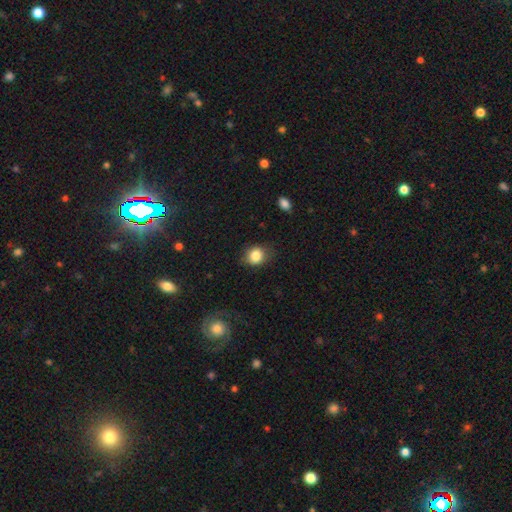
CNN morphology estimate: smooth-or-featured: smooth: 84% | star or artifact: 9% | featured or disk: 7%
  how-rounded: round: 64% | in between: 35% | cigar-shaped: 1%
  merging: none: 76% | minor disturbance: 18% | major disturbance: 5% | merger: 1%